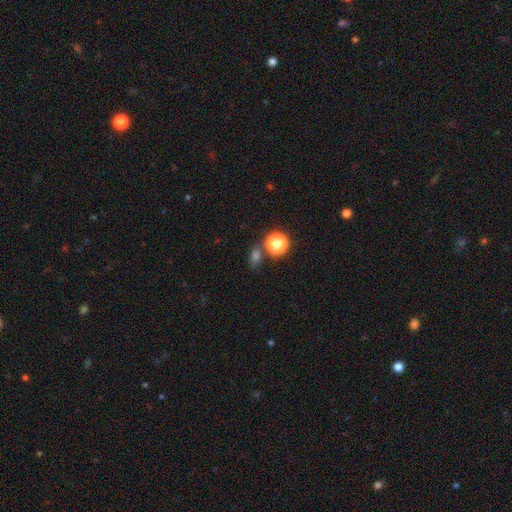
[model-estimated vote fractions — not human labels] Smooth or featured?
  - smooth: 52% *
  - star or artifact: 39%
  - featured or disk: 9%
How rounded?
  - round: 54% *
  - in between: 42%
  - cigar-shaped: 4%
Merging?
  - none: 72% *
  - merger: 12%
  - minor disturbance: 11%
  - major disturbance: 5%